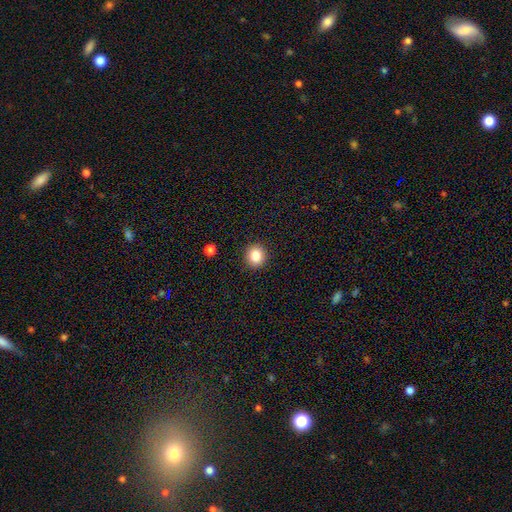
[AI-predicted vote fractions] smooth-or-featured: smooth: 83% | star or artifact: 11% | featured or disk: 6%
  how-rounded: round: 88% | in between: 11% | cigar-shaped: 1%
  merging: none: 92% | minor disturbance: 5% | major disturbance: 2% | merger: 1%